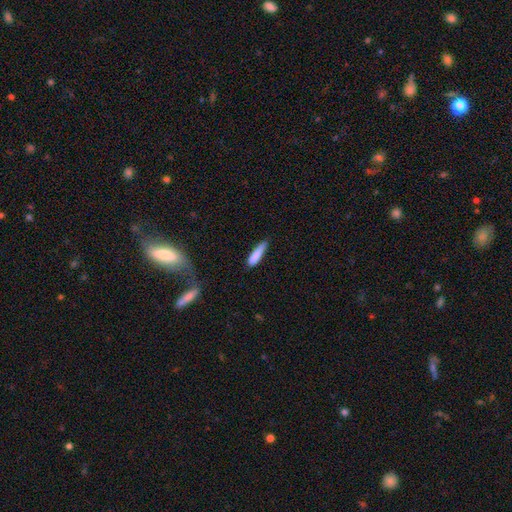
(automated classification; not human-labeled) Smooth or featured? smooth (84%)
How rounded? cigar-shaped (79%)
Merging? none (64%)